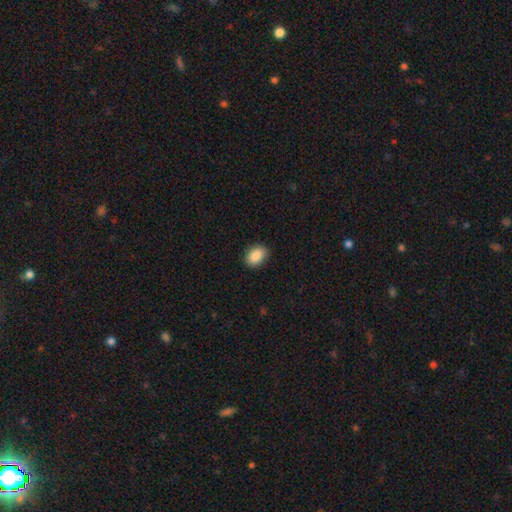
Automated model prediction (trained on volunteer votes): Morphology: type=smooth (88%); roundness=in between (79%); merging=none (87%).